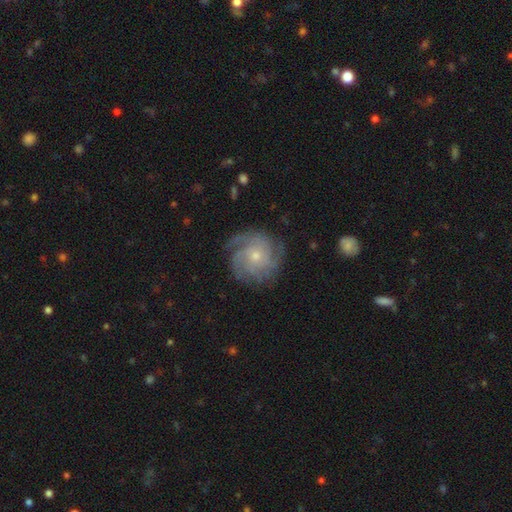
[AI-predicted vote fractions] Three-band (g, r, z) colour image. It shows a featured or disk galaxy (82%) with no bar (78%), 4 (26%) tight (59%) spiral arms (96%) and a small central bulge (59%). Merging: none (79%).